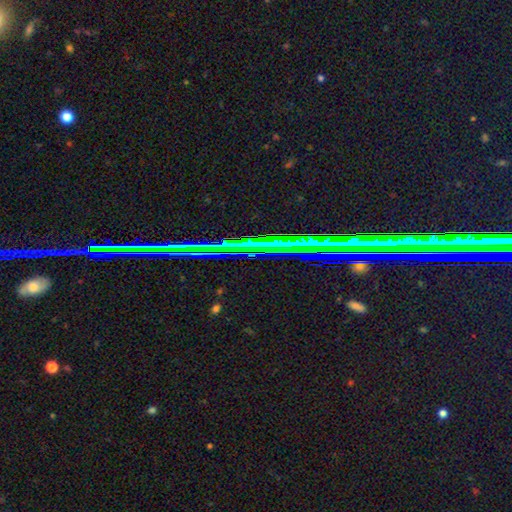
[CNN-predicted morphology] Smooth or featured? Predicted: star or artifact (p=0.81).